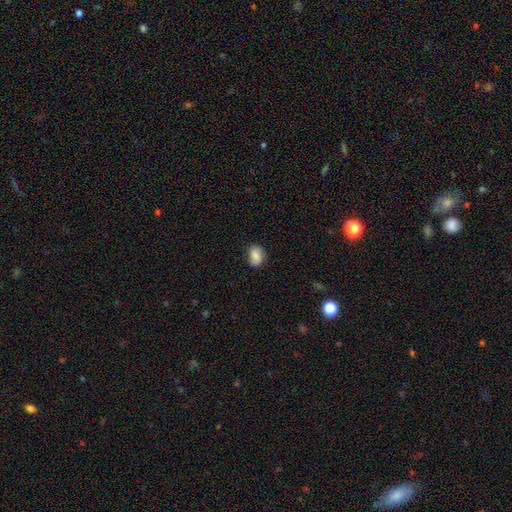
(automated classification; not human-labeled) Q: Smooth or featured?
A: smooth (76%); runner-up: featured or disk (16%)
Q: How rounded?
A: in between (64%); runner-up: round (35%)
Q: Merging?
A: none (73%); runner-up: minor disturbance (21%)